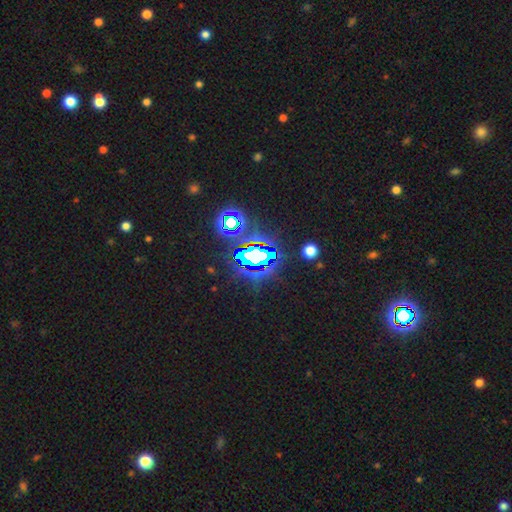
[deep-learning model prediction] star or artifact 73%, smooth 14%, featured or disk 13%.